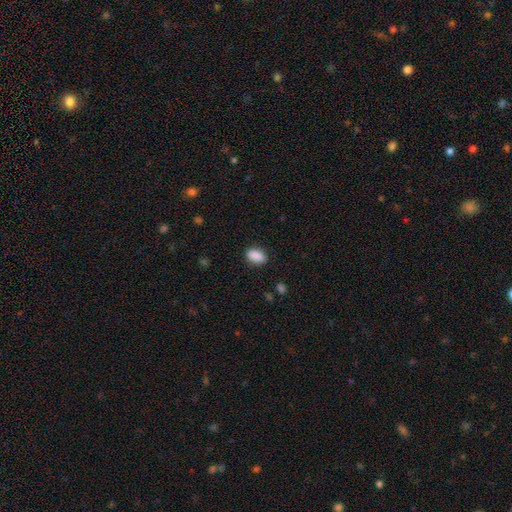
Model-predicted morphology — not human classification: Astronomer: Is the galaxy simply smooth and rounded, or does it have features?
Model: smooth — 89%.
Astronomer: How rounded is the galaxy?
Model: in between — 88%.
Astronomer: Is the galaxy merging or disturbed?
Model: none — 85%.